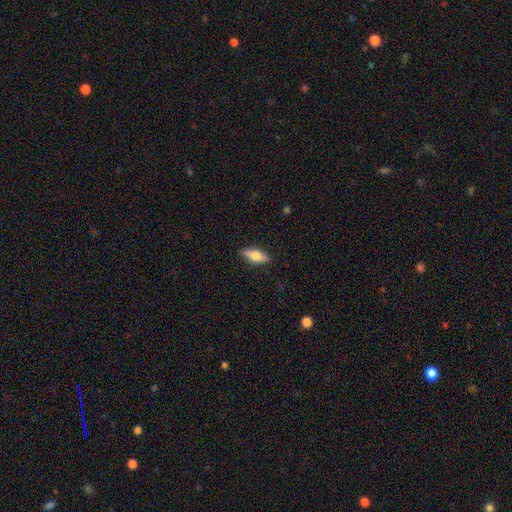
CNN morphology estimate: type=smooth (69%); roundness=in between (69%); merging=none (88%).